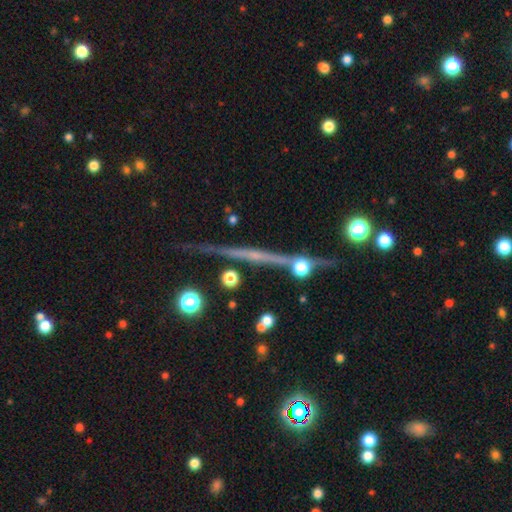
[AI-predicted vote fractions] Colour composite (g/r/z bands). It shows a featured or disk galaxy (72%) viewed edge-on (97%) with no central bulge (49%). Merging: none (84%).